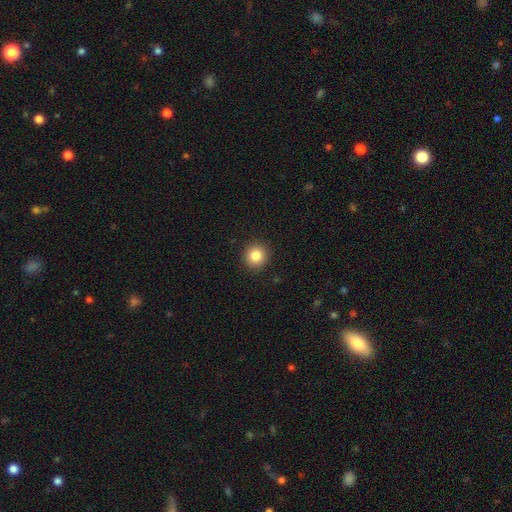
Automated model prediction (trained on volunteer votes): smooth_or_featured: smooth (p=0.85) [alt: star or artifact p=0.10]
how_rounded: round (p=0.94) [alt: in between p=0.05]
merging: none (p=0.92) [alt: minor disturbance p=0.05]